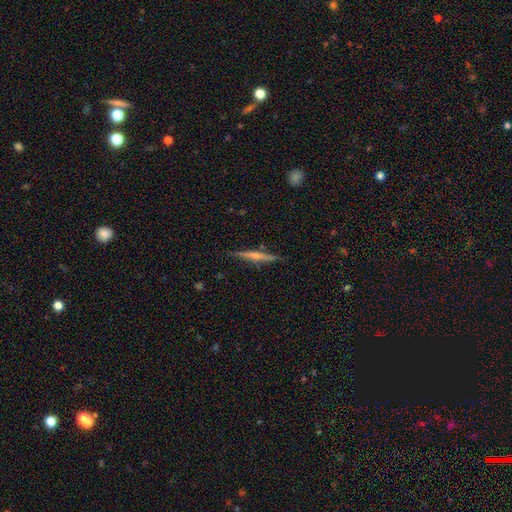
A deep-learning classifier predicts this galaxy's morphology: smooth-or-featured: featured or disk: 56% | smooth: 37% | star or artifact: 7%
  disk-edge-on: yes: 97% | no: 3%
    edge-on-bulge: rounded: 44% | none: 42% | boxy: 13%
  merging: none: 87% | minor disturbance: 10% | major disturbance: 2% | merger: 2%